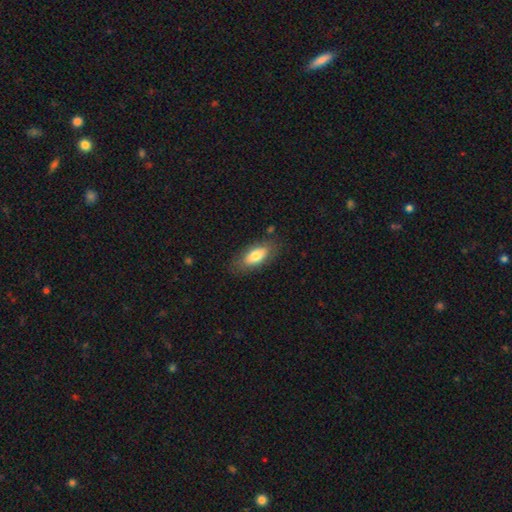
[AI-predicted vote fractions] Smooth or featured: smooth — 74% (featured or disk — 19%)
How rounded: in between — 84% (cigar-shaped — 13%)
Merging: none — 80% (minor disturbance — 14%)